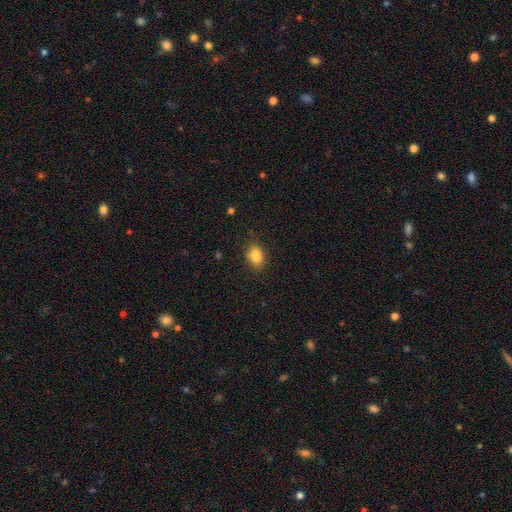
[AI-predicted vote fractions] A smooth galaxy with no disk features (84%) that is in between round and cigar-shaped (72%).

Vote fractions:
- Smooth or featured? smooth: 84% / star or artifact: 9% / featured or disk: 7%
- How rounded? in between: 72% / round: 26% / cigar-shaped: 1%
- Merging? none: 84% / minor disturbance: 12% / major disturbance: 3% / merger: 1%